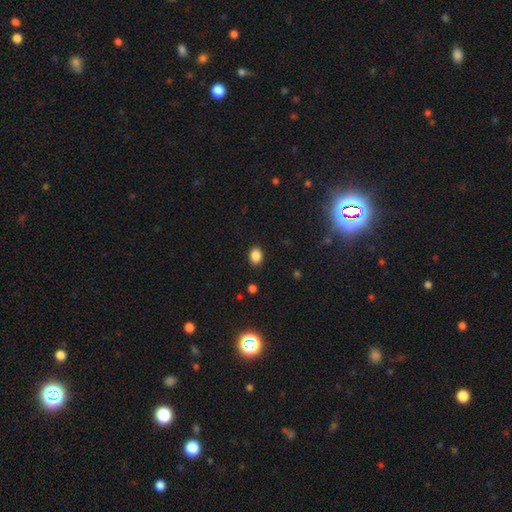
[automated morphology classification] A smooth galaxy with no disk features (87%) that is in between round and cigar-shaped (63%).

Vote fractions:
- Smooth or featured? smooth: 87% / star or artifact: 10% / featured or disk: 3%
- How rounded? in between: 63% / round: 36% / cigar-shaped: 1%
- Merging? none: 87% / minor disturbance: 9% / major disturbance: 2% / merger: 1%